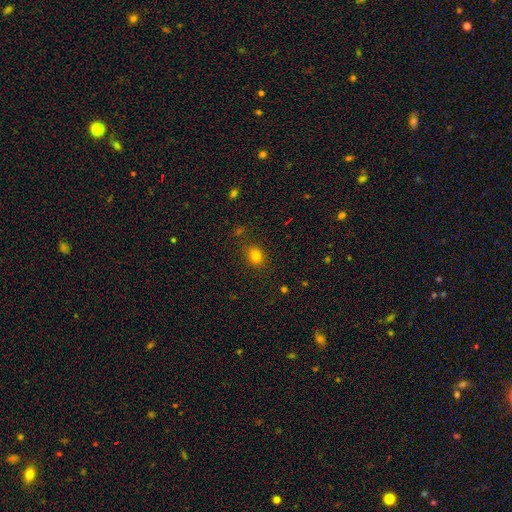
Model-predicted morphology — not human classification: Smooth or featured?
  - smooth: 78% *
  - star or artifact: 16%
  - featured or disk: 6%
How rounded?
  - in between: 50% *
  - round: 49%
  - cigar-shaped: 1%
Merging?
  - none: 81% *
  - minor disturbance: 12%
  - major disturbance: 4%
  - merger: 3%